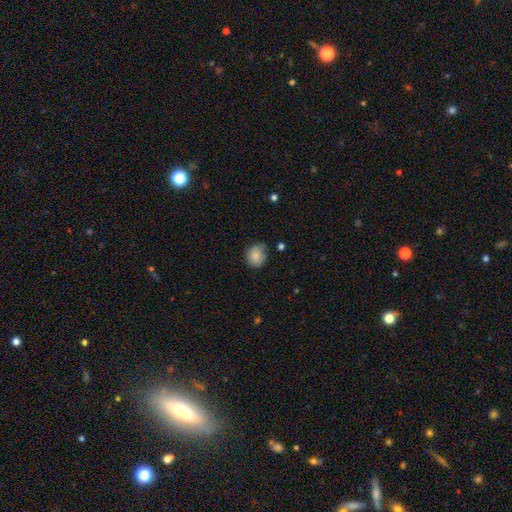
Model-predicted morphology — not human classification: Smooth or featured? smooth (83%)
How rounded? round (72%)
Merging? none (65%)